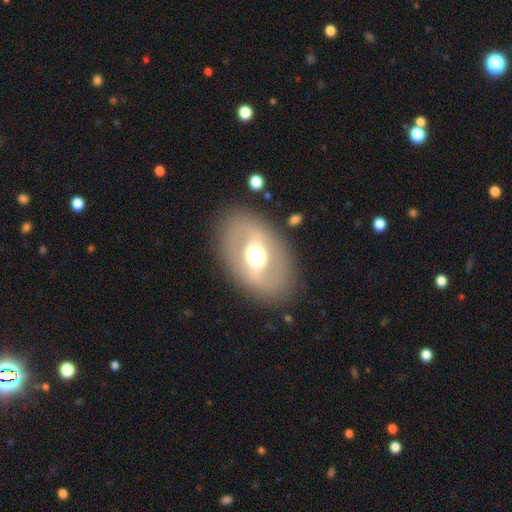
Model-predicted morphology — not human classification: The model was most divided on "smooth or featured": featured or disk: 50%, smooth: 41%, star or artifact: 9%. More confident: merging — none (82%).